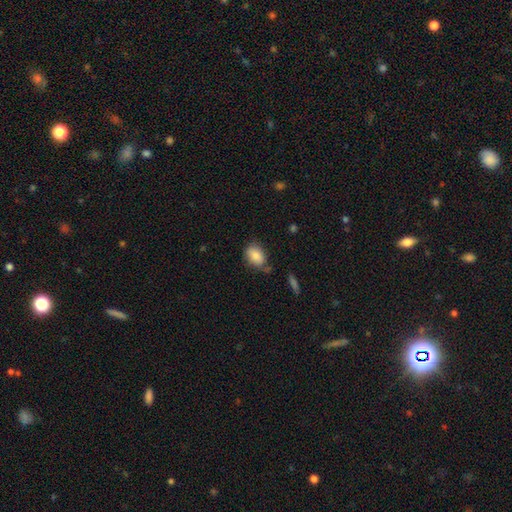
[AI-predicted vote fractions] smooth_or_featured: smooth (p=0.83) [alt: featured or disk p=0.09]
how_rounded: in between (p=0.76) [alt: round p=0.23]
merging: none (p=0.63) [alt: minor disturbance p=0.25]